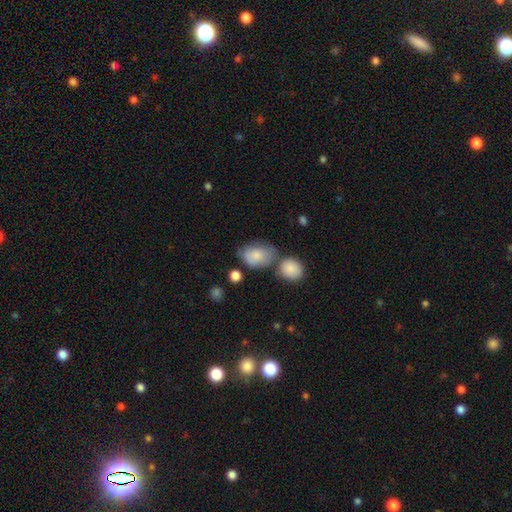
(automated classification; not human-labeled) Smooth or featured: smooth — 80% (featured or disk — 13%)
How rounded: in between — 78% (round — 20%)
Merging: none — 45% (merger — 23%)